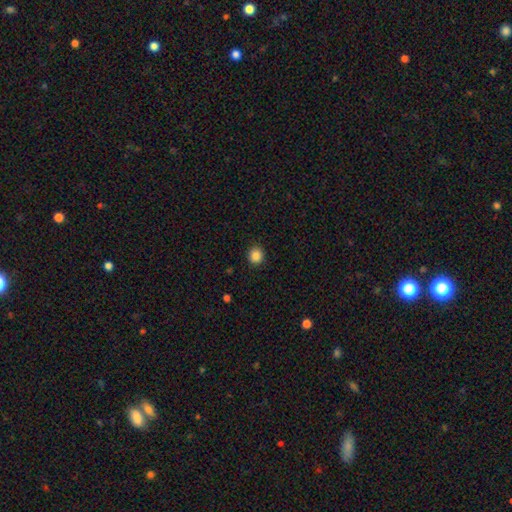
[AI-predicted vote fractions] Smooth or featured? smooth (86%)
How rounded? round (85%)
Merging? none (90%)